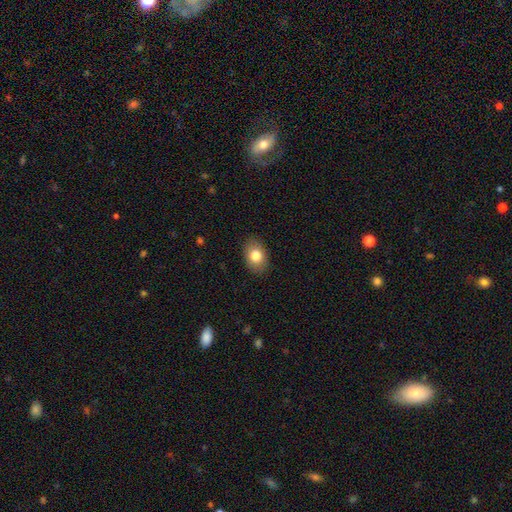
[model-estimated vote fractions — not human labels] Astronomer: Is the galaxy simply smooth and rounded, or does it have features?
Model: smooth — 80%.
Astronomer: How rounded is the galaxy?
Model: in between — 78%.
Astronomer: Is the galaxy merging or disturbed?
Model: none — 87%.